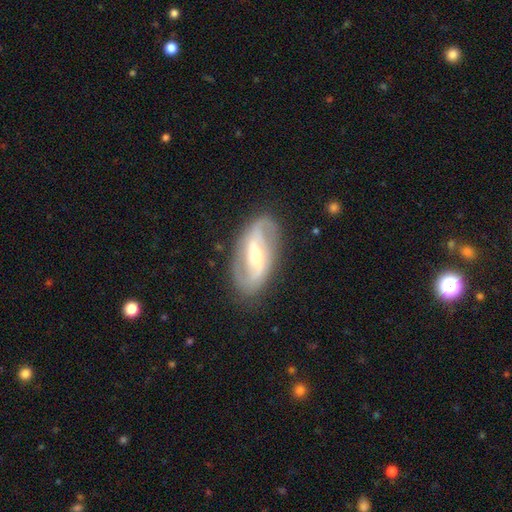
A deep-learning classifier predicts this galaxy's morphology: This appears to be a featured or disk galaxy (85%) with a strong bar (42%), 2 (90%) medium (44%) spiral arms (93%) and a moderate central bulge (54%). Merging: none (82%).